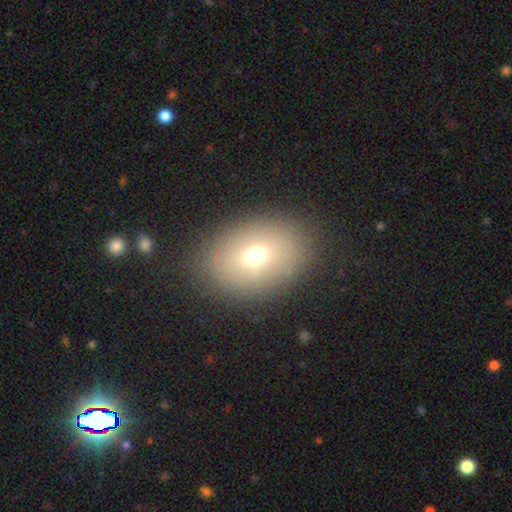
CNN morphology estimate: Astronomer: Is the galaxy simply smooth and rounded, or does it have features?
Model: smooth — 68%.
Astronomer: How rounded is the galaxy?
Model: in between — 75%.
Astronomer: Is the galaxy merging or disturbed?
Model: none — 84%.